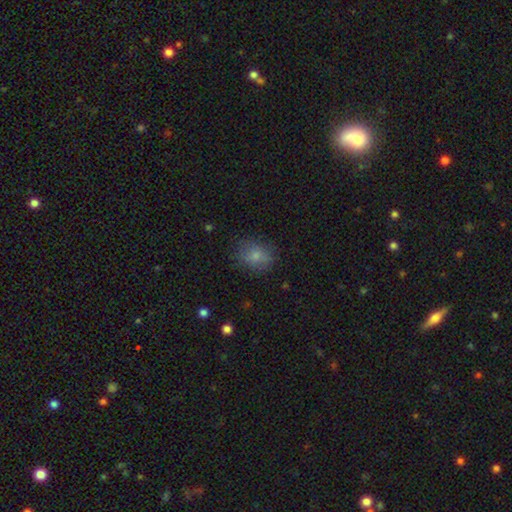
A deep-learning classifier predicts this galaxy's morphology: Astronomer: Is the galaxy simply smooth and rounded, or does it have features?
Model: smooth — 78%.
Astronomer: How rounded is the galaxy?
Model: round — 50% (runner-up: in between, 48%).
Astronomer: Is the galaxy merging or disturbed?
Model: none — 77%.